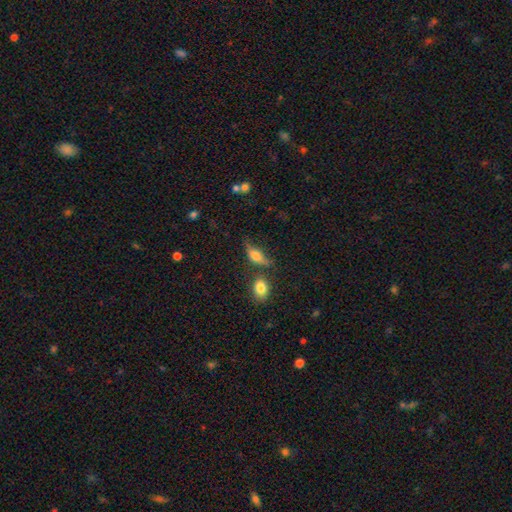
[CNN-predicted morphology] smooth_or_featured: smooth (p=0.55) [alt: featured or disk p=0.35]
how_rounded: in between (p=0.67) [alt: cigar-shaped p=0.26]
merging: none (p=0.51) [alt: minor disturbance p=0.25]